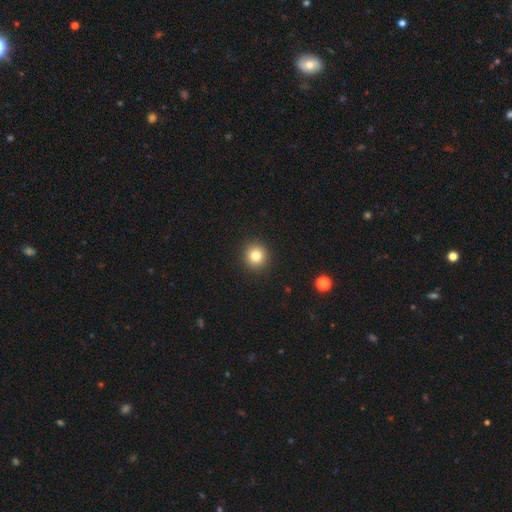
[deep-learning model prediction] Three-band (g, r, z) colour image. It shows a smooth galaxy with no disk features (81%) that is round (94%). Merging: none (93%).